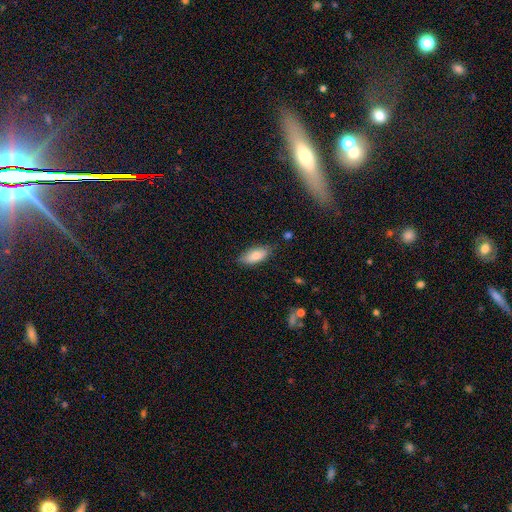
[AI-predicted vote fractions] A smooth galaxy with no disk features (81%) that is in between round and cigar-shaped (87%). Merging: none (74%).